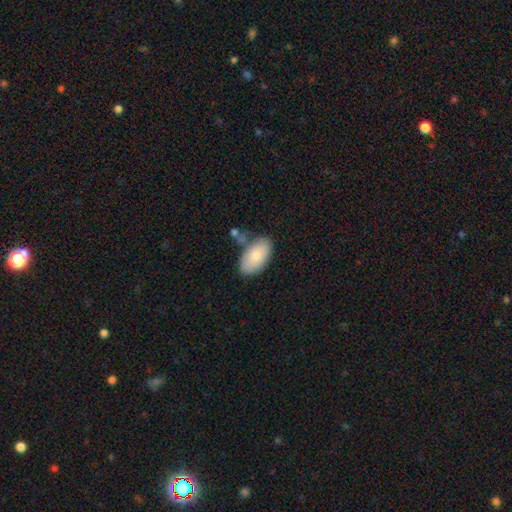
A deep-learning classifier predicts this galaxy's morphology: type=smooth (79%); roundness=in between (95%); merging=none (68%).